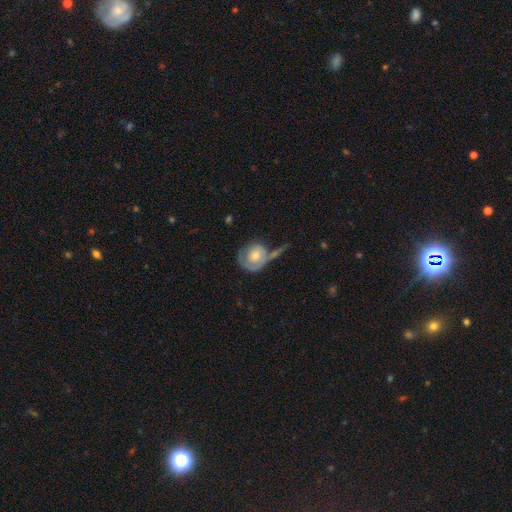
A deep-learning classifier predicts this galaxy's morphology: Smooth or featured? smooth (48%)
Merging? none (38%)